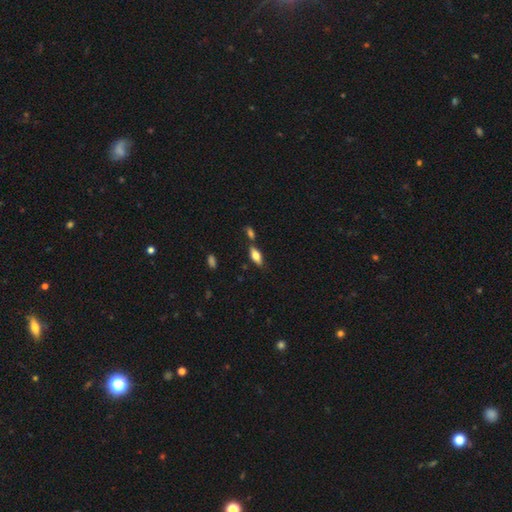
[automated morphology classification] smooth_or_featured: smooth (p=0.68) [alt: featured or disk p=0.25]
how_rounded: in between (p=0.78) [alt: cigar-shaped p=0.19]
merging: none (p=0.68) [alt: merger p=0.15]